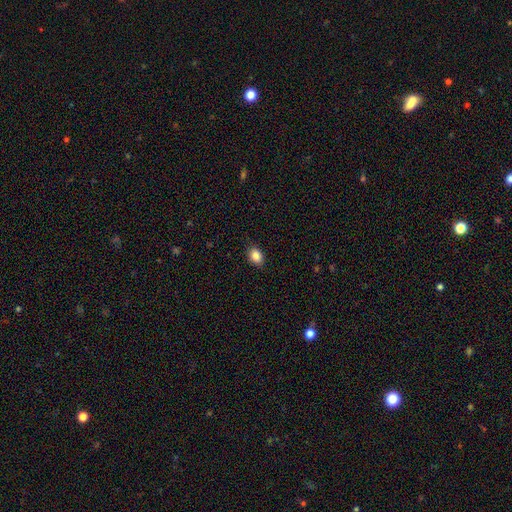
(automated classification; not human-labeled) This appears to be a smooth galaxy with no disk features (86%) that is in between round and cigar-shaped (70%). Merging: none (87%).